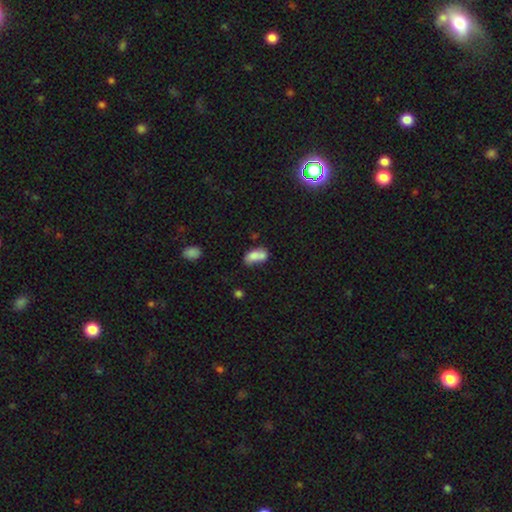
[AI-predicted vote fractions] Smooth or featured: smooth — 73% (featured or disk — 17%)
How rounded: in between — 86% (round — 9%)
Merging: merger — 44% (none — 29%)